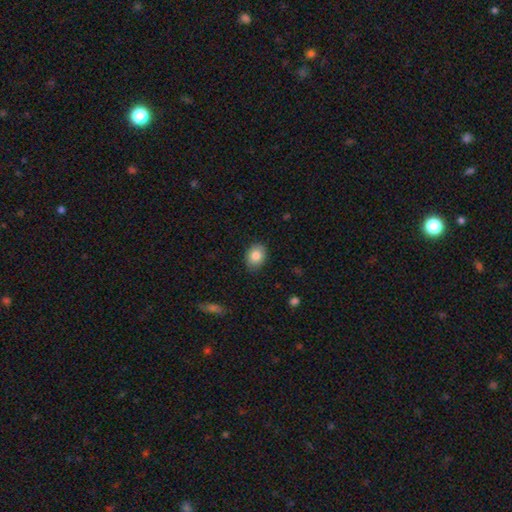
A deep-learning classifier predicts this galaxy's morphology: Smooth or featured? Predicted: smooth (p=0.84). How rounded? Predicted: in between (p=0.67). Merging? Predicted: none (p=0.85).